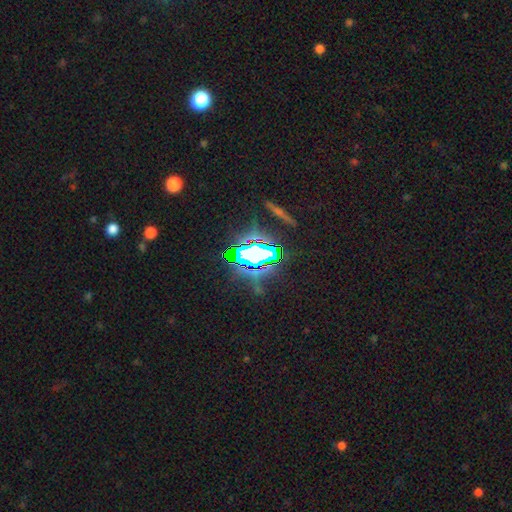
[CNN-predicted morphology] This is likely a star or artifact rather than a galaxy (65%).